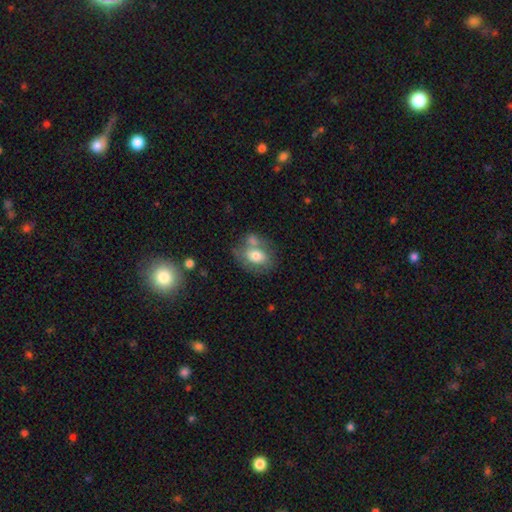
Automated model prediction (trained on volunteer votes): A smooth galaxy with no disk features (69%) that is in between round and cigar-shaped (73%). Merging: none (44%).